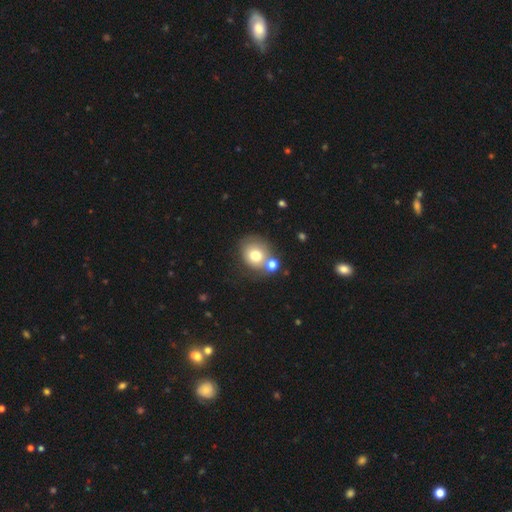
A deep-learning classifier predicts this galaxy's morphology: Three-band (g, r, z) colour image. It shows a smooth galaxy with no disk features (73%) that is round (70%). Merging: none (55%).